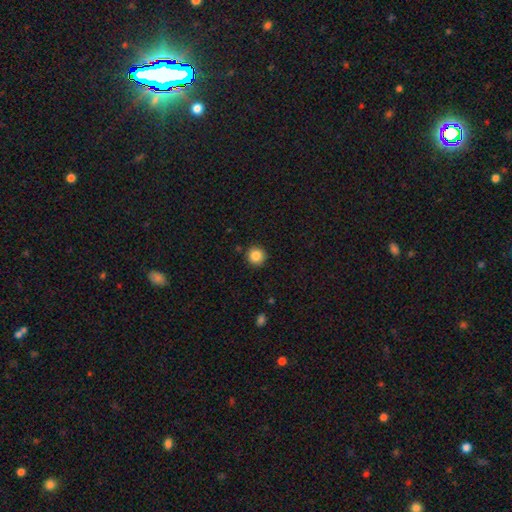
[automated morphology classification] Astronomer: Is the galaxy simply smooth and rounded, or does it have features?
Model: smooth — 86%.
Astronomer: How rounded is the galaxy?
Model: round — 95%.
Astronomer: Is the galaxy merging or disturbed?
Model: none — 91%.